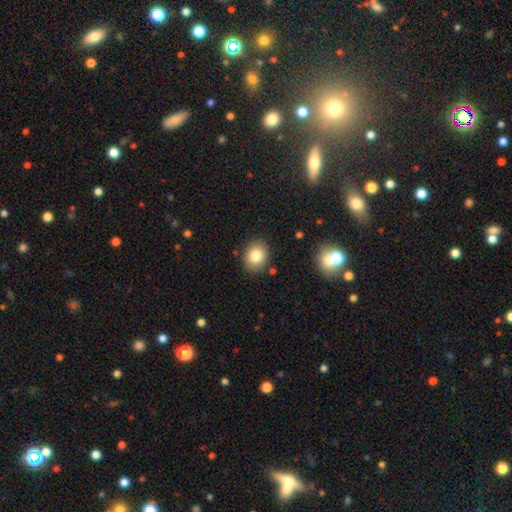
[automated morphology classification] Smooth or featured?
  - smooth: 81% *
  - star or artifact: 10%
  - featured or disk: 9%
How rounded?
  - round: 59% *
  - in between: 40%
  - cigar-shaped: 1%
Merging?
  - none: 86% *
  - minor disturbance: 10%
  - major disturbance: 3%
  - merger: 2%